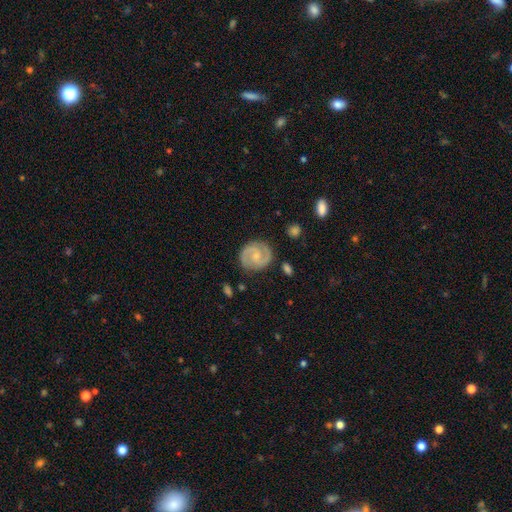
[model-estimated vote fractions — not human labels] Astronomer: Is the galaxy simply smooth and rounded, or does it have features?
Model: featured or disk — 84%.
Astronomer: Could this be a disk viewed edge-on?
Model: no — 98%.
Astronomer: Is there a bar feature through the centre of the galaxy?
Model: no — 52% (runner-up: weak, 40%).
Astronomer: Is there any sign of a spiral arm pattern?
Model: yes — 97%.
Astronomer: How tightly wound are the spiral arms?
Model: medium — 47% (runner-up: tight, 44%).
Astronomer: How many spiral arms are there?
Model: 2 — 92%.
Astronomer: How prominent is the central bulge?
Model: small — 57%.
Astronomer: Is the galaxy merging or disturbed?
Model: none — 84%.